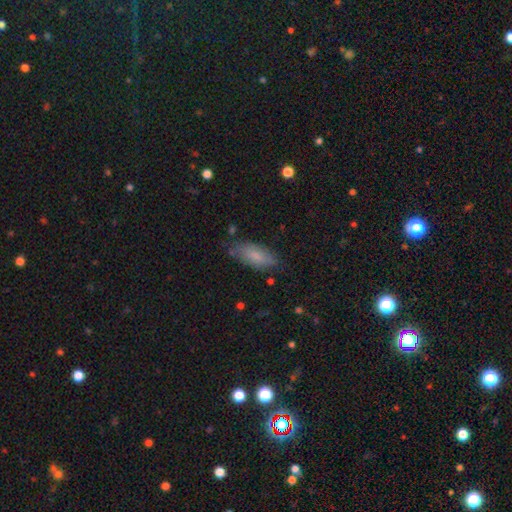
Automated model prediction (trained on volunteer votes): Smooth or featured?
  - smooth: 78% *
  - featured or disk: 15%
  - star or artifact: 7%
How rounded?
  - in between: 78% *
  - cigar-shaped: 20%
  - round: 2%
Merging?
  - none: 74% *
  - minor disturbance: 20%
  - major disturbance: 4%
  - merger: 2%